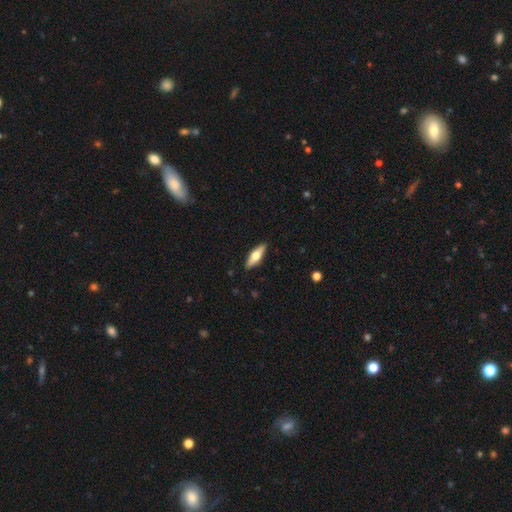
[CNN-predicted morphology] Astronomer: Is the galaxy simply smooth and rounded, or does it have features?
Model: featured or disk — 47%, tied with smooth at 47%.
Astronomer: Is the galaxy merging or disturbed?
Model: none — 90%.